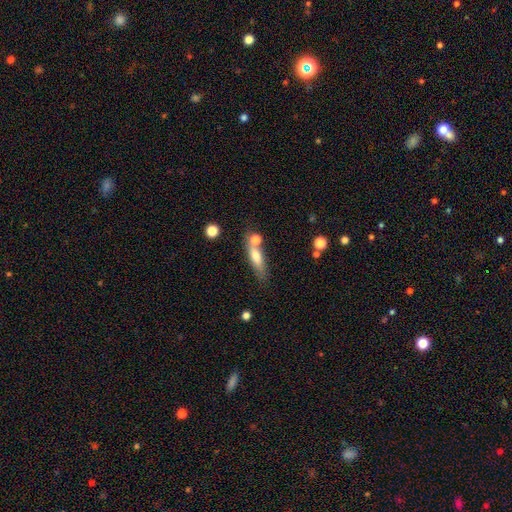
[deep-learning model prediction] Smooth or featured?
  - smooth: 67% *
  - featured or disk: 25%
  - star or artifact: 8%
How rounded?
  - cigar-shaped: 57% *
  - in between: 38%
  - round: 5%
Merging?
  - none: 49% *
  - merger: 28%
  - minor disturbance: 16%
  - major disturbance: 7%